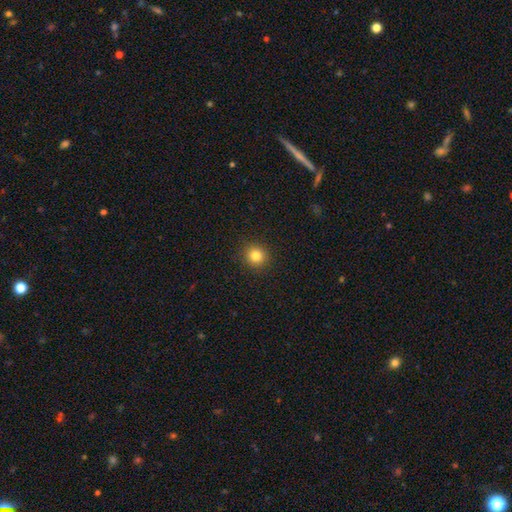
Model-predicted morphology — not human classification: Smooth or featured: smooth — 82% (star or artifact — 12%)
How rounded: round — 91% (in between — 8%)
Merging: none — 92% (minor disturbance — 5%)